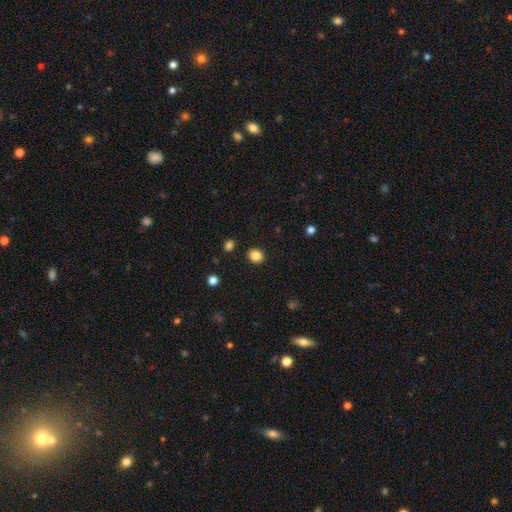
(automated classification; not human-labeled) Smooth or featured? smooth (86%)
How rounded? round (68%)
Merging? none (90%)